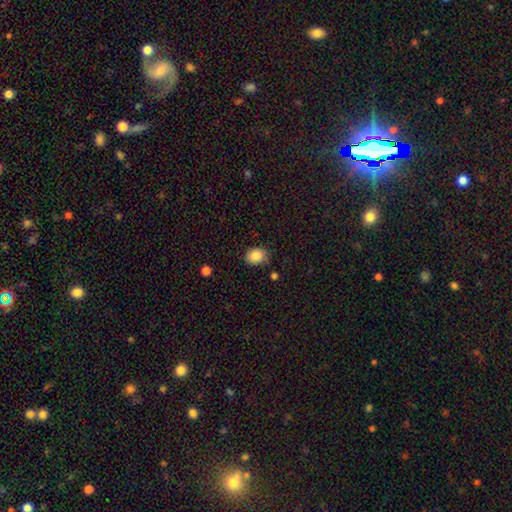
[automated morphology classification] Q: Smooth or featured?
A: smooth (86%); runner-up: star or artifact (9%)
Q: How rounded?
A: in between (51%); runner-up: round (48%)
Q: Merging?
A: none (79%); runner-up: minor disturbance (15%)